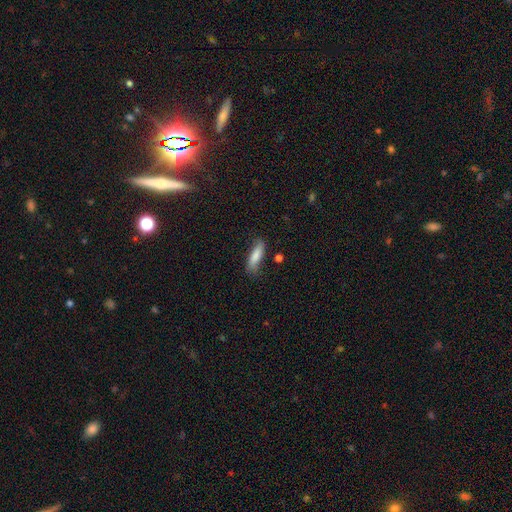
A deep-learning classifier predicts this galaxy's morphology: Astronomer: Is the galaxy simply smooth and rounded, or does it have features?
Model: smooth — 81%.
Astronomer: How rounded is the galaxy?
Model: cigar-shaped — 59% (runner-up: in between, 39%).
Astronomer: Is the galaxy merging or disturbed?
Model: none — 68%.